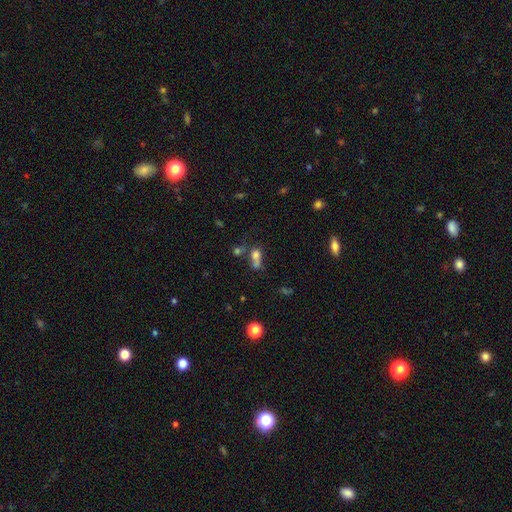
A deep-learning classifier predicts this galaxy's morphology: Smooth or featured? smooth (67%)
How rounded? in between (51%)
Merging? merger (46%)